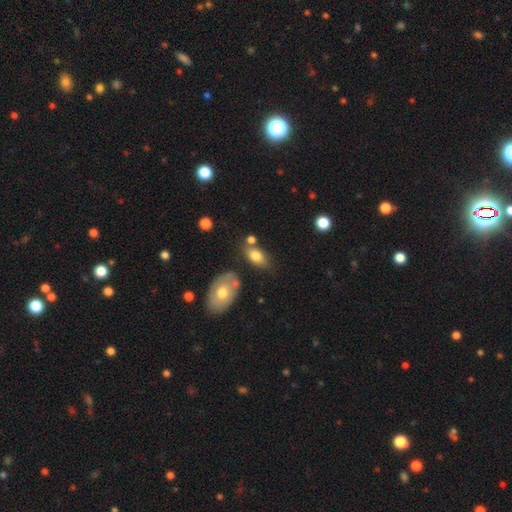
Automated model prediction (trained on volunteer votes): Morphology: type=smooth (77%); roundness=in between (90%); merging=none (61%).